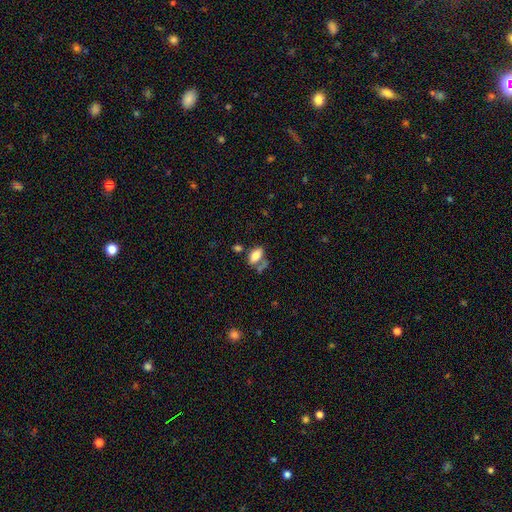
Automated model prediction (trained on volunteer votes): The model was most divided on "merging": none: 50%, merger: 24%, minor disturbance: 17%, major disturbance: 9%. More confident: how rounded — in between (89%); smooth or featured — smooth (76%).